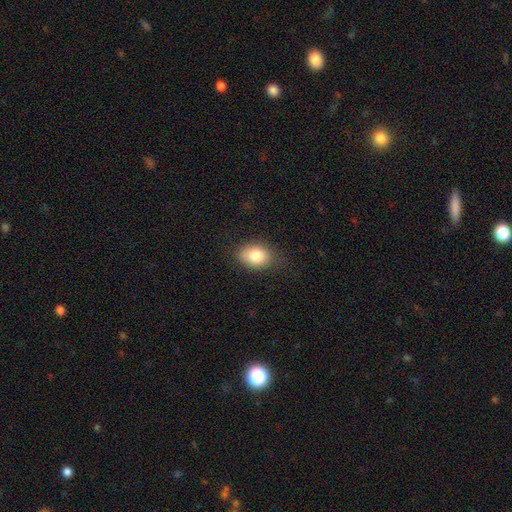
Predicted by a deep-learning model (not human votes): This appears to be a smooth galaxy with no disk features (82%) that is in between round and cigar-shaped (78%). Merging: none (76%).